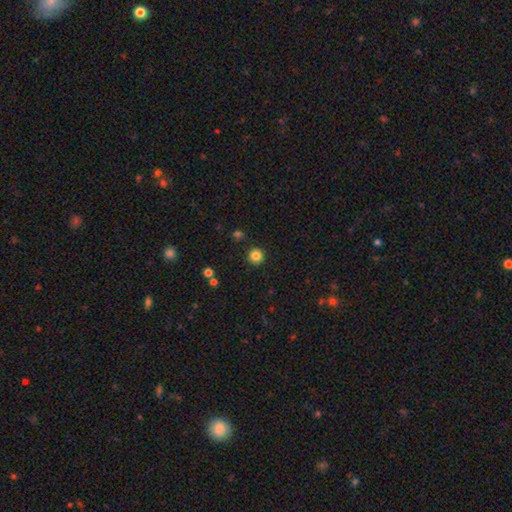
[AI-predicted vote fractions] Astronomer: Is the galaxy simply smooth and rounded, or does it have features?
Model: smooth — 84%.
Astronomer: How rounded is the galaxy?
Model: round — 95%.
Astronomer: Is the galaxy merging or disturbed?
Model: none — 91%.